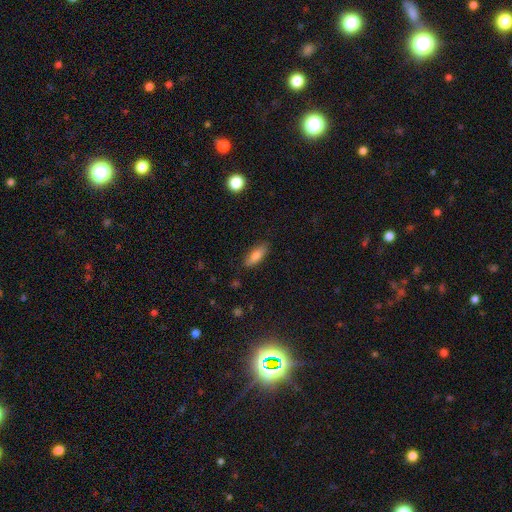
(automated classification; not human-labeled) Smooth or featured?
  - smooth: 79% *
  - featured or disk: 14%
  - star or artifact: 7%
How rounded?
  - in between: 72% *
  - cigar-shaped: 26%
  - round: 3%
Merging?
  - none: 85% *
  - minor disturbance: 12%
  - major disturbance: 2%
  - merger: 1%